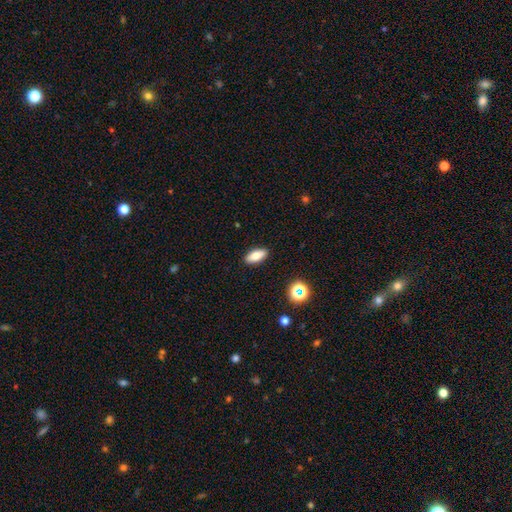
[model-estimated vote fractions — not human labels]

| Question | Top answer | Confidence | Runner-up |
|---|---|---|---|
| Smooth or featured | smooth | 75% | featured or disk (16%) |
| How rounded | in between | 82% | cigar-shaped (14%) |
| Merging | none | 90% | minor disturbance (7%) |